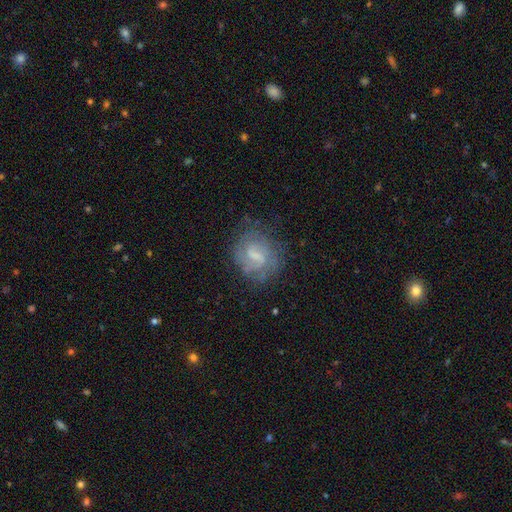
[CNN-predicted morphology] smooth_or_featured: featured or disk (p=0.68) [alt: smooth p=0.23]
disk_edge_on: no (p=0.97) [alt: yes p=0.03]
bar: weak (p=0.57) [alt: strong p=0.24]
has_spiral_arms: yes (p=0.83) [alt: no p=0.17]
spiral_winding: tight (p=0.46) [alt: medium p=0.38]
spiral_arm_count: 2 (p=0.52) [alt: can't tell p=0.31]
bulge_size: small (p=0.38) [alt: none p=0.31]
merging: none (p=0.68) [alt: minor disturbance p=0.19]